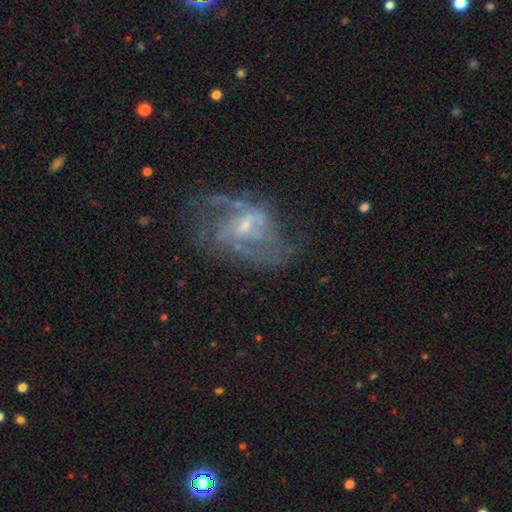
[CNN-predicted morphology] The model was most divided on "bar": weak: 48%, no: 40%, strong: 12%. Remaining: edge-on disk — no (97%); spiral arms — yes (89%); smooth or featured — featured or disk (78%); bulge size — small (63%); merging — none (61%); spiral winding — medium (46%); spiral arm count — 2 (46%).